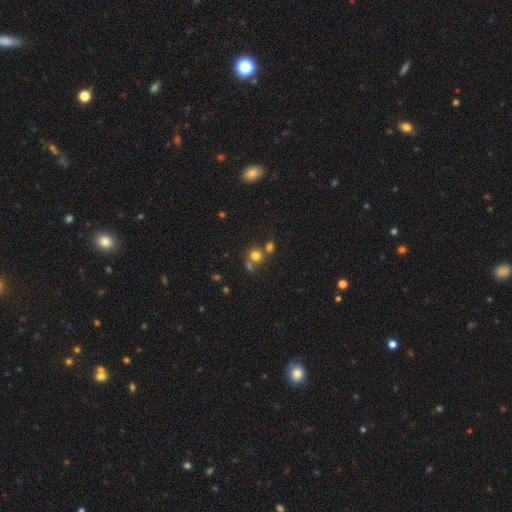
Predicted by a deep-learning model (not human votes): Smooth or featured? smooth (74%)
How rounded? round (85%)
Merging? none (54%)